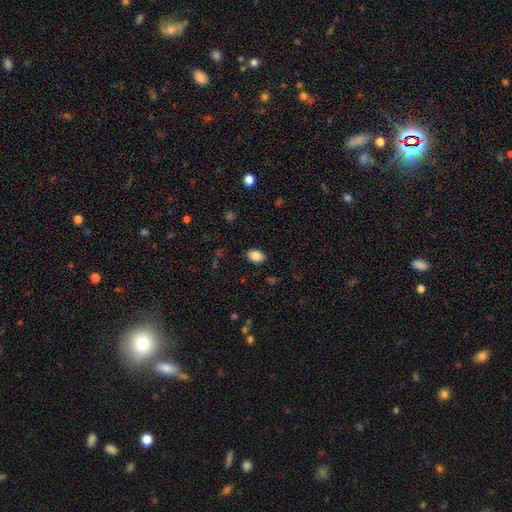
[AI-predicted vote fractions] The model was most divided on "how rounded": in between: 83%, round: 16%, cigar-shaped: 1%. More confident: merging — none (87%); smooth or featured — smooth (86%).